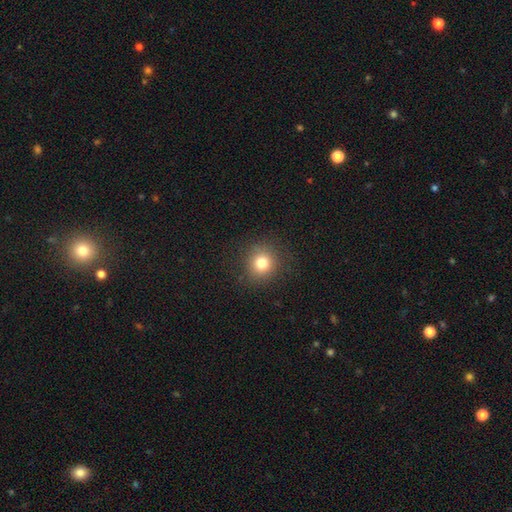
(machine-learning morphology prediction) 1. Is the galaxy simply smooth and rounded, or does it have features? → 59% smooth, 35% star or artifact, 7% featured or disk.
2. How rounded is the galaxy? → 91% round, 7% in between, 1% cigar-shaped.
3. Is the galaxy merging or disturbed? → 91% none, 5% minor disturbance, 2% major disturbance, 2% merger.